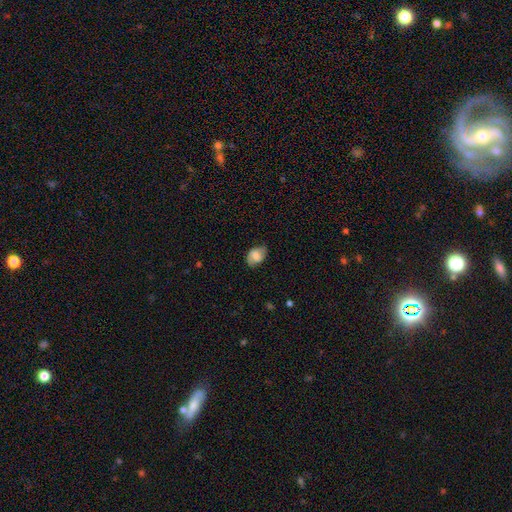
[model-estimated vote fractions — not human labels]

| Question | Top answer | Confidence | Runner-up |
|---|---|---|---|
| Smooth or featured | smooth | 56% | featured or disk (36%) |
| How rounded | in between | 78% | round (21%) |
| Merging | none | 70% | minor disturbance (23%) |